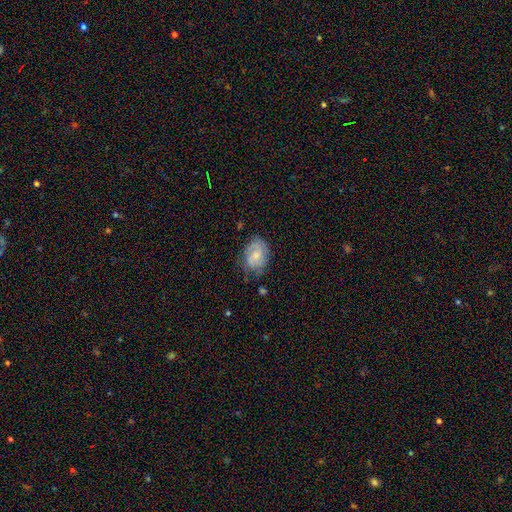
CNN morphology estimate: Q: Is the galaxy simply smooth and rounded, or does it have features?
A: featured or disk — 48%.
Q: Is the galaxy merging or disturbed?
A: none — 64%.